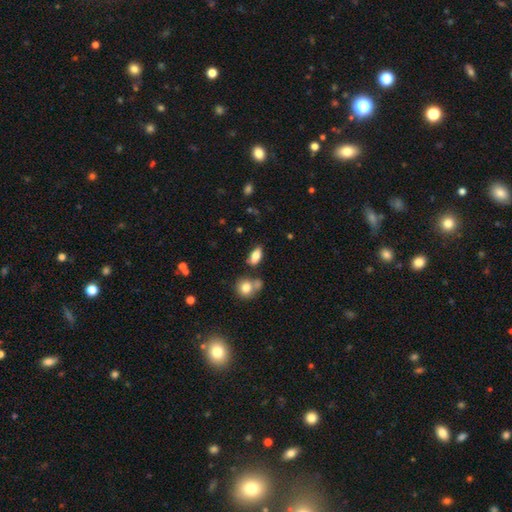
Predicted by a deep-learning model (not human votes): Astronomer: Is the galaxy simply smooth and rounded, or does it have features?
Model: smooth — 78%.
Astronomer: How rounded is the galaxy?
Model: in between — 85%.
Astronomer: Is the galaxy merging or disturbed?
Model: none — 70%.